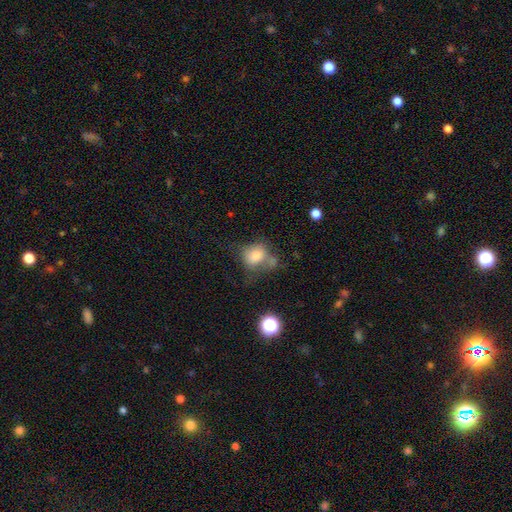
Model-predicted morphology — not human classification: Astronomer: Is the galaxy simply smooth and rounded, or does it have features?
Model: smooth — 71%.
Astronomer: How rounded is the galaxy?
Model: round — 53% (runner-up: in between, 46%).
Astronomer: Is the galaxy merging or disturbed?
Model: none — 39% (runner-up: minor disturbance, 25%).